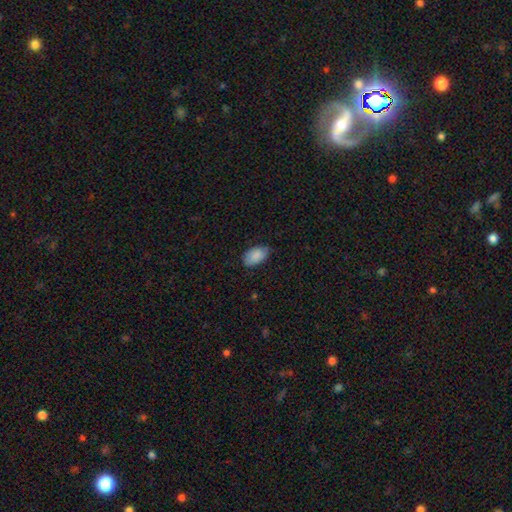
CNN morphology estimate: Q: Smooth or featured?
A: smooth (86%); runner-up: featured or disk (8%)
Q: How rounded?
A: in between (94%); runner-up: round (5%)
Q: Merging?
A: none (69%); runner-up: minor disturbance (26%)